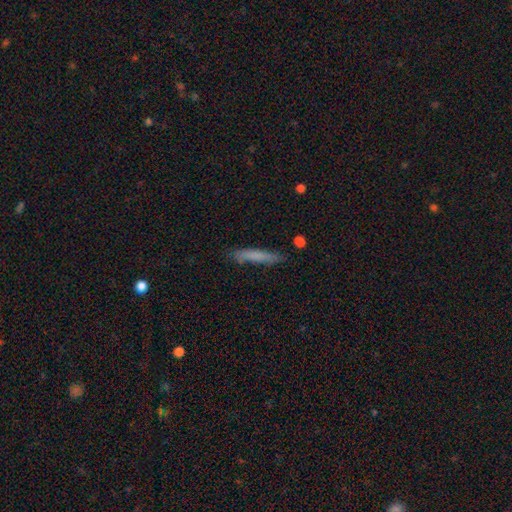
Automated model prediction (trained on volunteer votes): This appears to be a smooth galaxy with no disk features (73%) that is cigar-shaped (94%). Merging: none (79%).